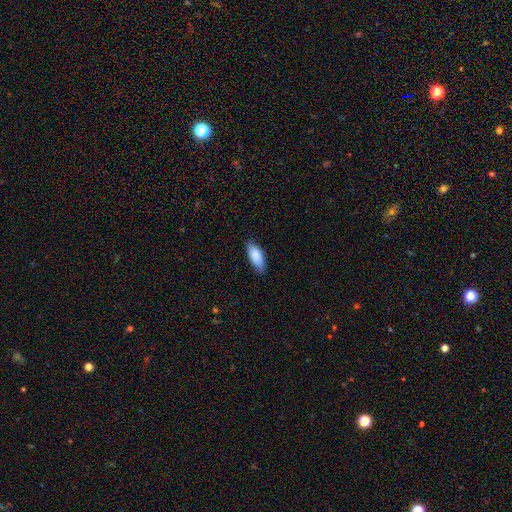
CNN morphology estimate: This is clearly a smooth galaxy (86%). How rounded: clearly in between (81%). Merging: clearly none (81%).